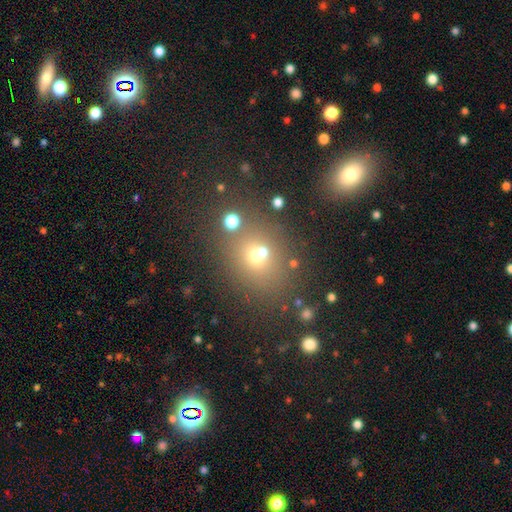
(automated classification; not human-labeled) Smooth or featured? Predicted: smooth (p=0.57). How rounded? Predicted: round (p=0.58). Merging? Predicted: none (p=0.56).